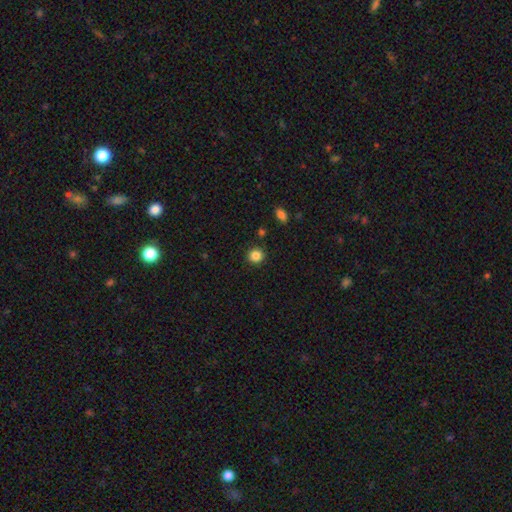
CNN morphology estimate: Smooth or featured: smooth — 85% (star or artifact — 11%)
How rounded: round — 91% (in between — 8%)
Merging: none — 91% (minor disturbance — 6%)